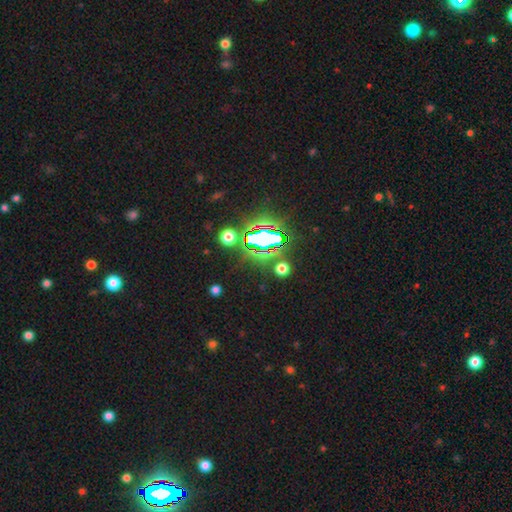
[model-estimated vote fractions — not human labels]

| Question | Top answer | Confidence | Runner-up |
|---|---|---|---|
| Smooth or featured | star or artifact | 81% | smooth (11%) |